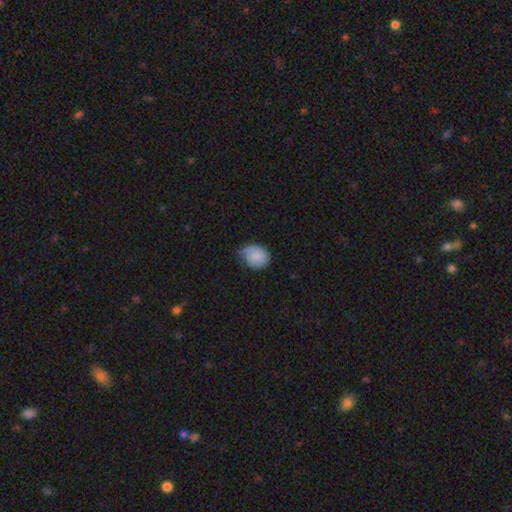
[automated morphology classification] Overall: smooth (83%). How rounded: in between (51%; round 48%). Merging: none (48%; minor disturbance 41%).